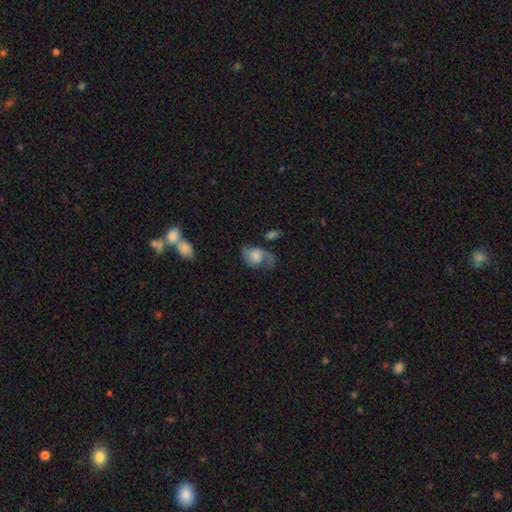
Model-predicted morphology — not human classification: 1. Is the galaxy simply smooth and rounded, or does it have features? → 59% featured or disk, 33% smooth, 8% star or artifact.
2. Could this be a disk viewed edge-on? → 97% no, 3% yes.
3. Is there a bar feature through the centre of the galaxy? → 67% no, 28% weak, 5% strong.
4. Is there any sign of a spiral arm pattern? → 85% yes, 15% no.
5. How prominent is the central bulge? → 39% large, 22% moderate, 18% none, 13% small, 8% dominant.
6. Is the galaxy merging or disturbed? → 45% none, 25% major disturbance, 24% minor disturbance, 6% merger.